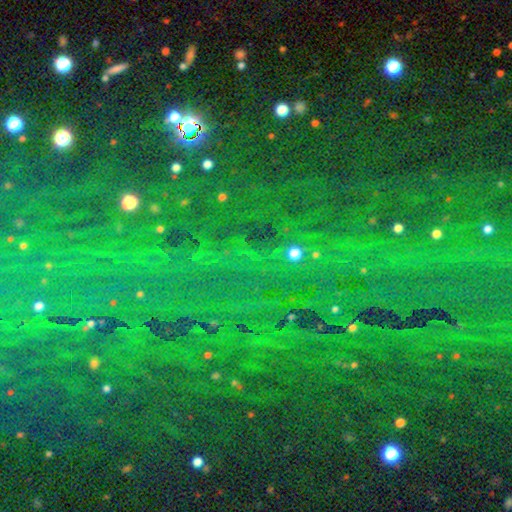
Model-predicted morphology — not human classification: Smooth or featured?
  - star or artifact: 85% *
  - smooth: 8%
  - featured or disk: 7%